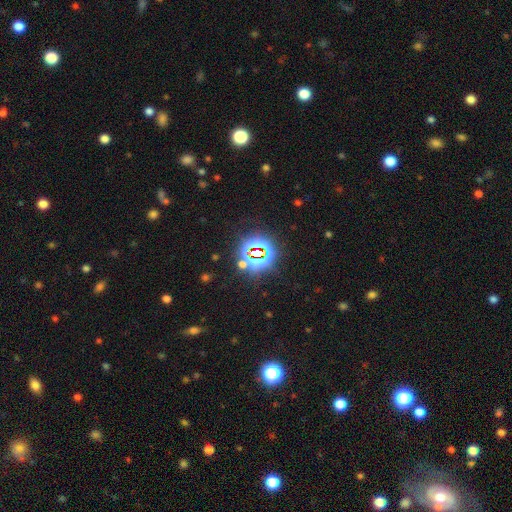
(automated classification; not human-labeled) Morphology: type=star or artifact (77%).